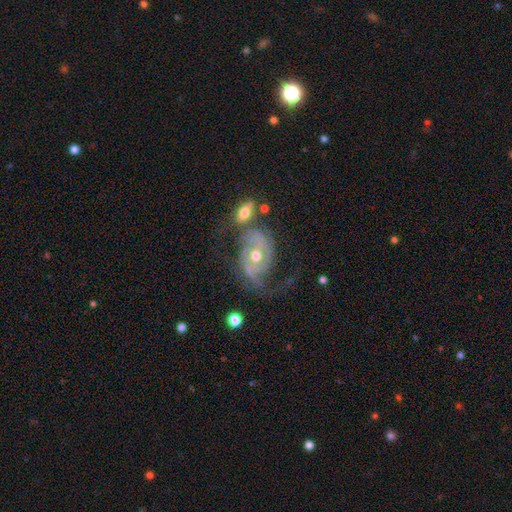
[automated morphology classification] Smooth or featured? featured or disk (84%)
Edge-on disk? no (96%)
Bar? no (54%)
Spiral arms? yes (92%)
Spiral winding? medium (43%)
Spiral arm count? 2 (78%)
Bulge size? moderate (65%)
Merging? none (42%)